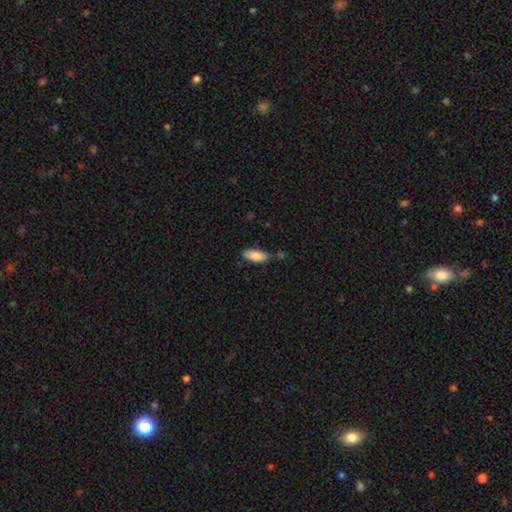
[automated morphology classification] A smooth galaxy with no disk features (86%) that is in between round and cigar-shaped (80%).

Vote fractions:
- Smooth or featured? smooth: 86% / featured or disk: 7% / star or artifact: 6%
- How rounded? in between: 80% / cigar-shaped: 18% / round: 2%
- Merging? none: 72% / minor disturbance: 18% / merger: 7% / major disturbance: 3%